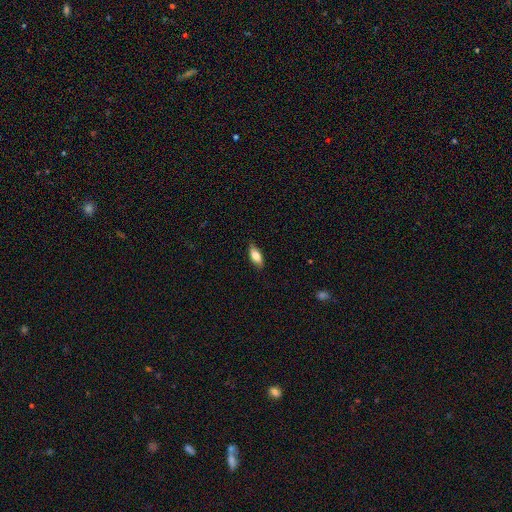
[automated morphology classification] The model was most divided on "smooth or featured": smooth: 78%, featured or disk: 15%, star or artifact: 7%. More confident: merging — none (84%); how rounded — in between (82%).